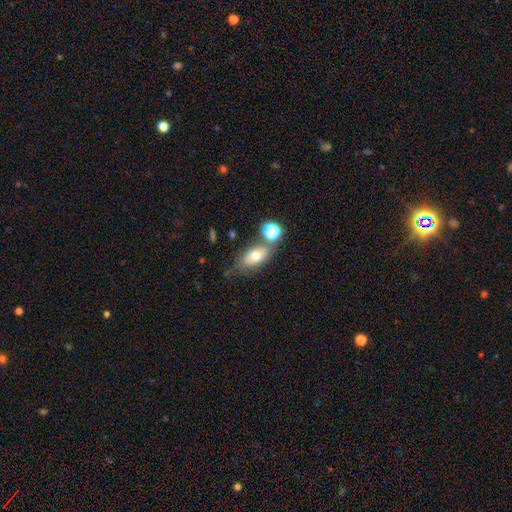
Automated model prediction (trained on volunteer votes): Morphology: type=smooth (67%); roundness=in between (84%); merging=none (58%).